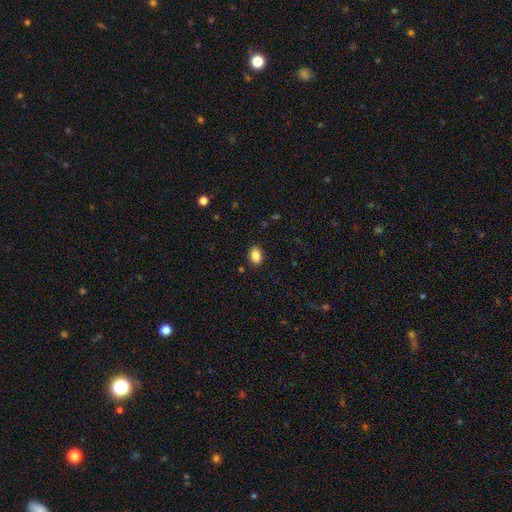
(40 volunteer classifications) smooth-or-featured: smooth: 95% | featured or disk: 5% | star or artifact: 0%
  how-rounded: in between: 79% | round: 18% | cigar-shaped: 3%
  merging: none: 95% | minor disturbance: 5% | major disturbance: 0% | merger: 0%